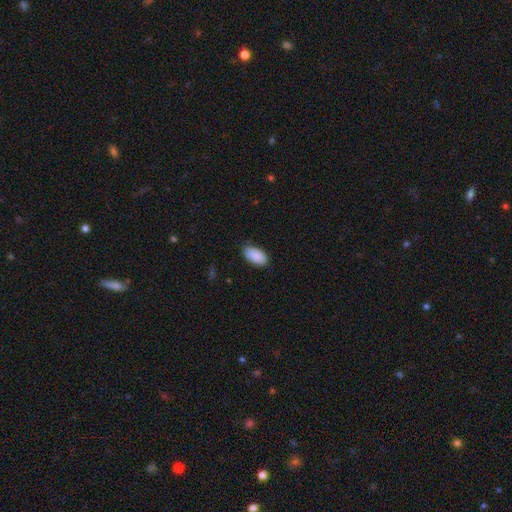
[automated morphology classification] Smooth or featured?
  - smooth: 90% *
  - star or artifact: 6%
  - featured or disk: 4%
How rounded?
  - in between: 95% *
  - round: 3%
  - cigar-shaped: 2%
Merging?
  - none: 83% *
  - minor disturbance: 14%
  - major disturbance: 2%
  - merger: 1%